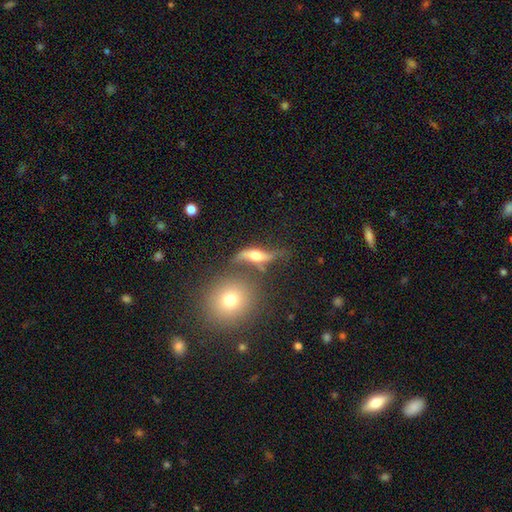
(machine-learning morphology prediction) Smooth or featured: featured or disk — 59% (smooth — 30%)
Edge-on disk: no — 62% (yes — 38%)
Merging: none — 43% (merger — 20%)